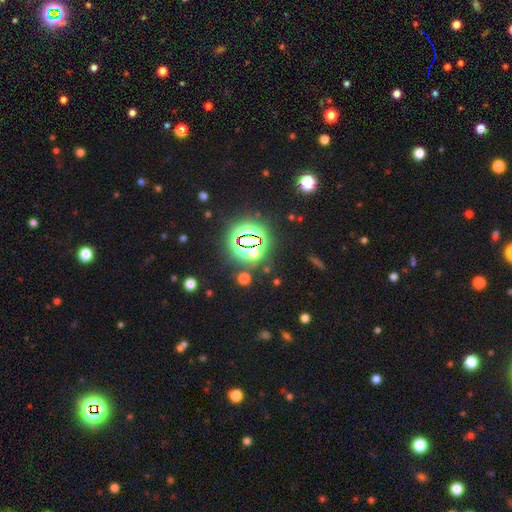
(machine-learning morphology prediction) A star or artifact, not a galaxy (82%).